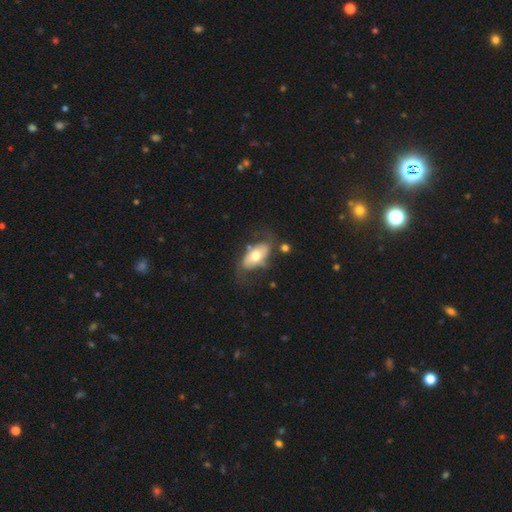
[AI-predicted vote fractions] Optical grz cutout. It shows a smooth galaxy with no disk features (51%) that is in between round and cigar-shaped (90%). Merging: none (54%).